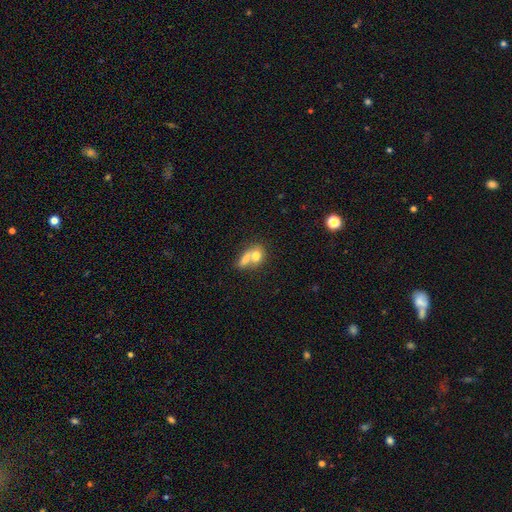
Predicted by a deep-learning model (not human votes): A smooth galaxy with no disk features (73%) that is in between round and cigar-shaped (53%).

Vote fractions:
- Smooth or featured? smooth: 73% / featured or disk: 19% / star or artifact: 8%
- How rounded? in between: 53% / round: 44% / cigar-shaped: 3%
- Merging? merger: 68% / none: 21% / minor disturbance: 7% / major disturbance: 5%